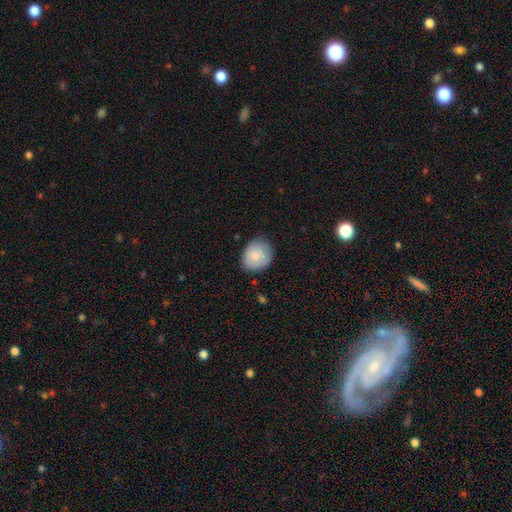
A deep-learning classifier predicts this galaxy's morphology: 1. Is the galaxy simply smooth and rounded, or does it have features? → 81% smooth, 13% featured or disk, 7% star or artifact.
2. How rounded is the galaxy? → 61% round, 38% in between, 1% cigar-shaped.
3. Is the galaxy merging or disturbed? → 75% none, 20% minor disturbance, 4% major disturbance, 1% merger.